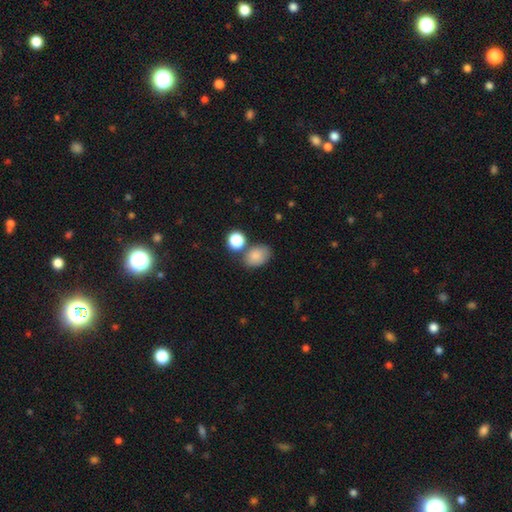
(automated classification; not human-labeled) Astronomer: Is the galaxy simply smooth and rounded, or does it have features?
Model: smooth — 83%.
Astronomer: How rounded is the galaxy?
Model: in between — 79%.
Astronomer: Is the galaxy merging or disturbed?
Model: none — 64%.